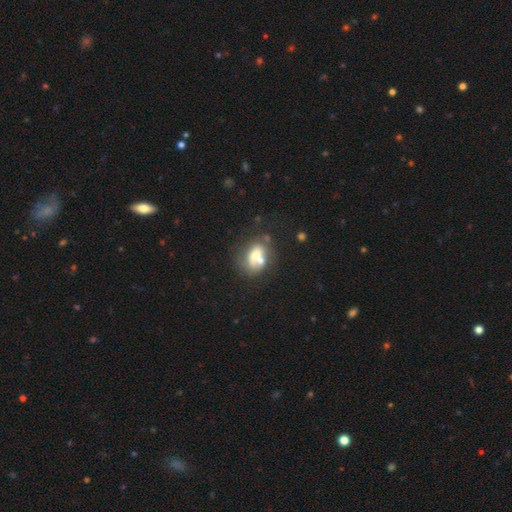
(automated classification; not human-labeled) This is possibly a smooth galaxy (57%). How rounded: likely in between (61%). Merging: possibly merger (46%).